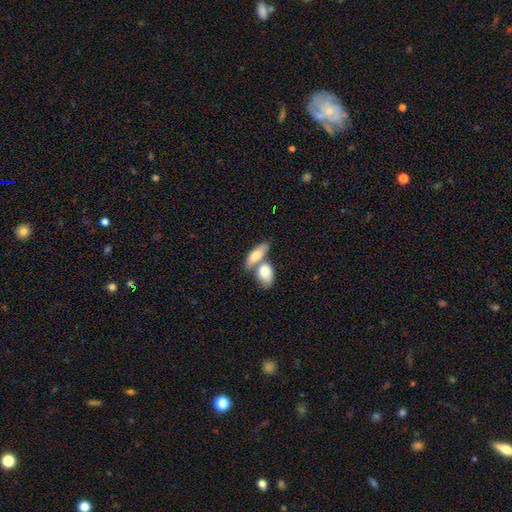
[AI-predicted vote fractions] smooth_or_featured: smooth (p=0.74) [alt: featured or disk p=0.21]
how_rounded: in between (p=0.81) [alt: cigar-shaped p=0.14]
merging: merger (p=0.56) [alt: none p=0.32]